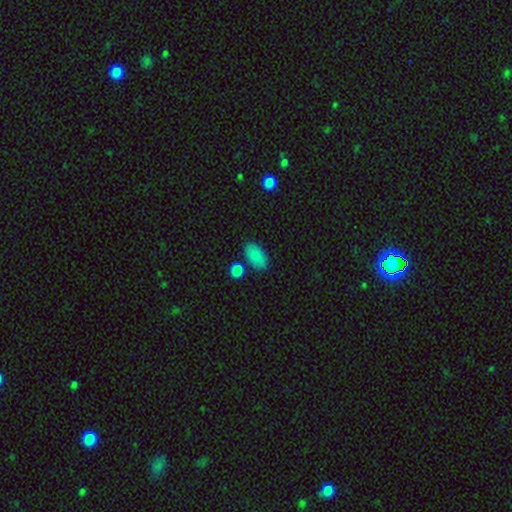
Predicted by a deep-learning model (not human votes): Smooth or featured?
  - smooth: 86% *
  - star or artifact: 9%
  - featured or disk: 5%
How rounded?
  - in between: 92% *
  - round: 5%
  - cigar-shaped: 3%
Merging?
  - none: 77% *
  - minor disturbance: 13%
  - merger: 7%
  - major disturbance: 4%